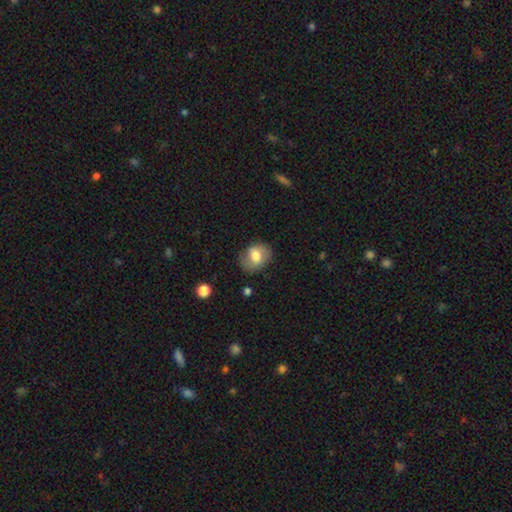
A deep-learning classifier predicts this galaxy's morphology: Smooth or featured? smooth (69%)
How rounded? in between (52%)
Merging? none (74%)